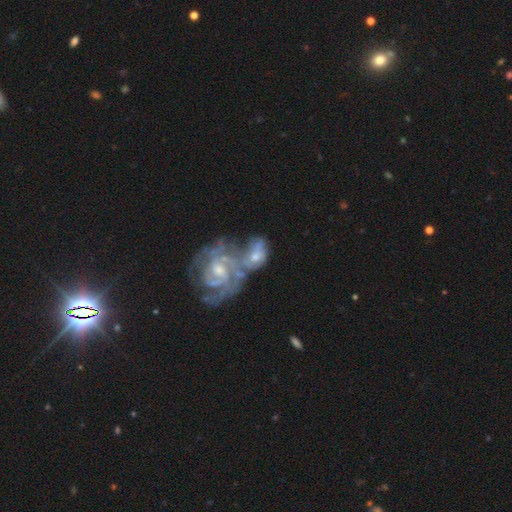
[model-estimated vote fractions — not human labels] A featured or disk galaxy (70%) with no bar (65%), spiral arms (74%) and a moderate central bulge (50%). Merging: merger (69%).